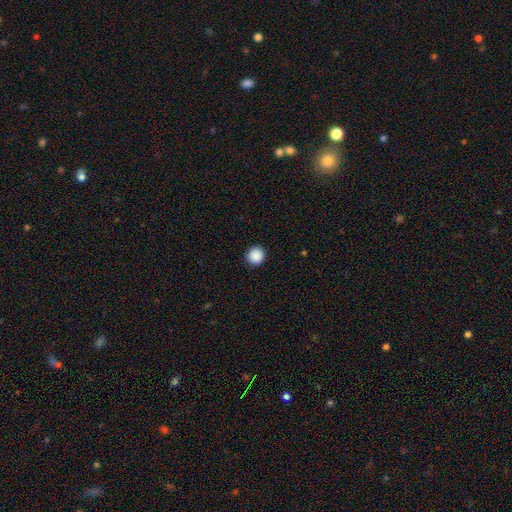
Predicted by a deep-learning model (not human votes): The model was most divided on "smooth or featured": smooth: 89%, star or artifact: 9%, featured or disk: 2%. More confident: how rounded — round (96%); merging — none (93%).